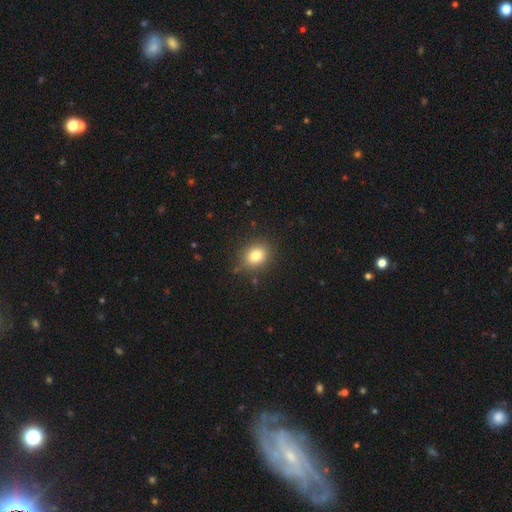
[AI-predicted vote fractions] This is clearly a smooth galaxy (81%). How rounded: possibly round (56%). Merging: clearly none (84%).